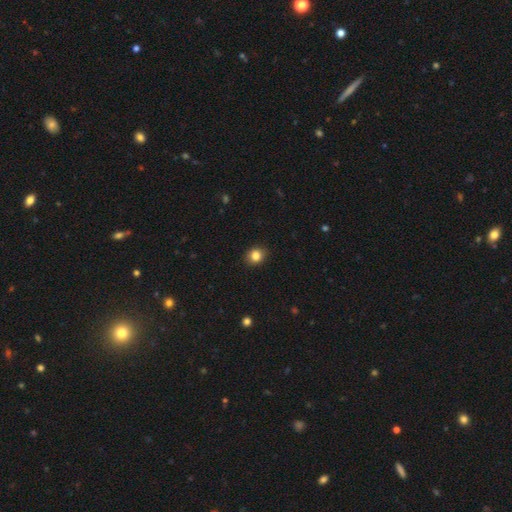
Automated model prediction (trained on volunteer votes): smooth_or_featured: smooth (p=0.84) [alt: star or artifact p=0.11]
how_rounded: round (p=0.69) [alt: in between p=0.30]
merging: none (p=0.90) [alt: minor disturbance p=0.08]